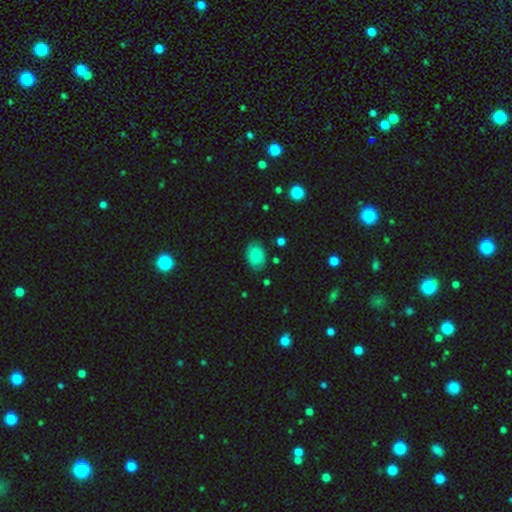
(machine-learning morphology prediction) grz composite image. It shows a smooth galaxy with no disk features (72%) that is in between round and cigar-shaped (79%). Merging: none (76%).